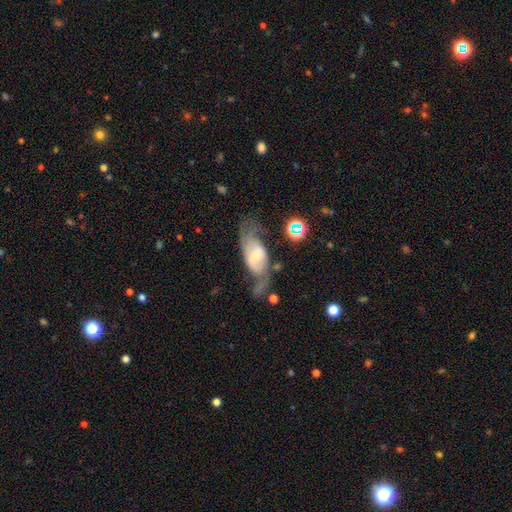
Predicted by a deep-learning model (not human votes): Smooth or featured?
  - featured or disk: 68% *
  - smooth: 24%
  - star or artifact: 8%
Edge-on disk?
  - no: 91% *
  - yes: 9%
Bar?
  - weak: 46% *
  - no: 34%
  - strong: 21%
Spiral arms?
  - yes: 87% *
  - no: 13%
Spiral winding?
  - loose: 51% *
  - medium: 36%
  - tight: 13%
Spiral arm count?
  - 2: 83% *
  - can't tell: 9%
  - 1: 4%
  - 3: 2%
  - 4: 1%
  - more than 4: 1%
Bulge size?
  - small: 48% *
  - moderate: 33%
  - large: 9%
  - none: 7%
  - dominant: 2%
Merging?
  - none: 43% *
  - major disturbance: 28%
  - minor disturbance: 23%
  - merger: 7%